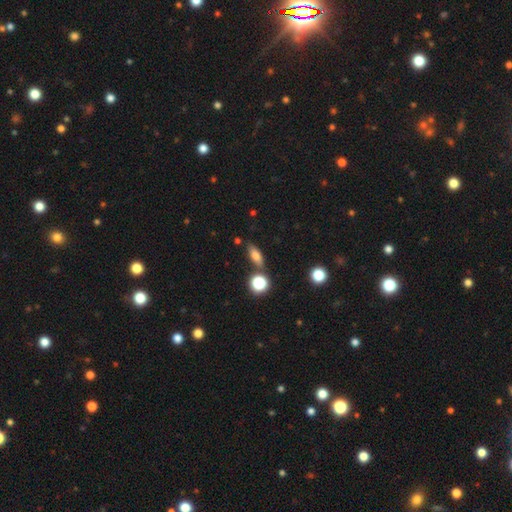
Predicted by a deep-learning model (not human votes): This is likely a smooth galaxy (69%). How rounded: likely in between (63%). Merging: likely none (77%).